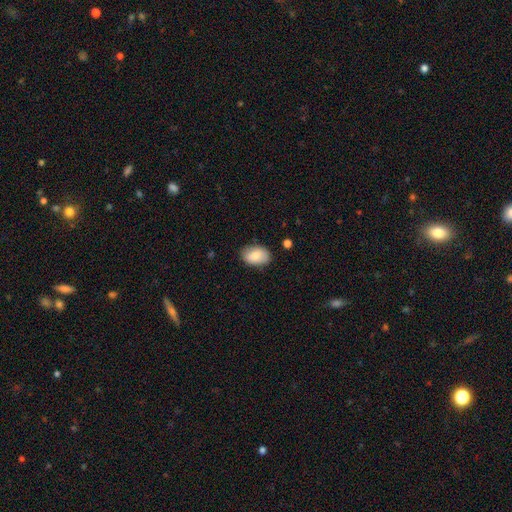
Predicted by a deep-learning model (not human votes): Morphology: type=smooth (82%); roundness=in between (87%); merging=none (81%).